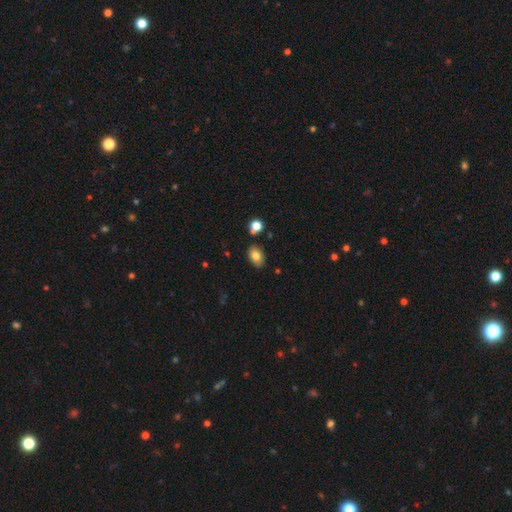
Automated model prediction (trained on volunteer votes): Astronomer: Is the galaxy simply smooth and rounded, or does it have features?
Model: smooth — 81%.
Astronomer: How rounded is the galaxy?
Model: in between — 85%.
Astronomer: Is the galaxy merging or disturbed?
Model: none — 82%.